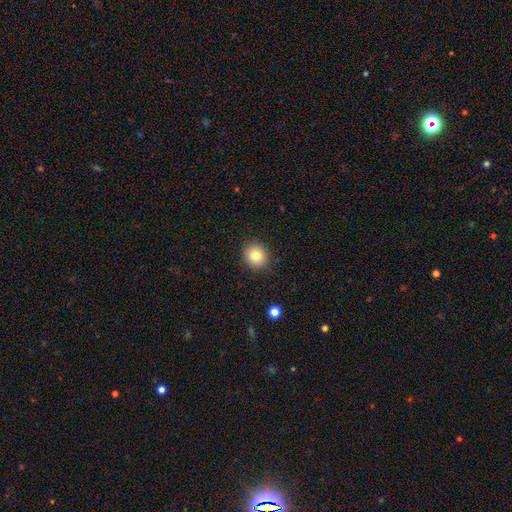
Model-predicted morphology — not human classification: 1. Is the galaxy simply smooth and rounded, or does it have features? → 81% smooth, 10% star or artifact, 8% featured or disk.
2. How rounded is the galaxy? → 88% round, 11% in between, 1% cigar-shaped.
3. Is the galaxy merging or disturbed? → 90% none, 7% minor disturbance, 2% major disturbance, 1% merger.